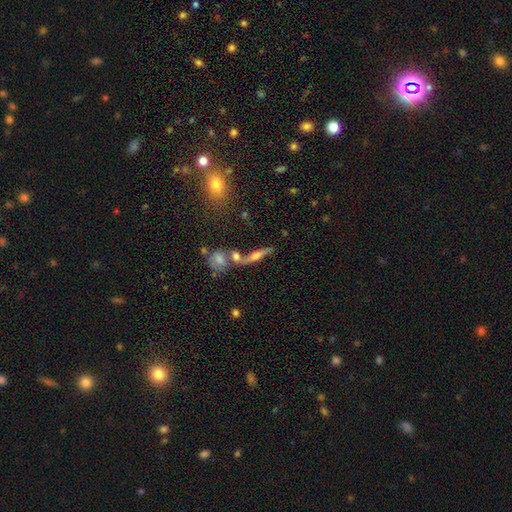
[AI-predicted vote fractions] This is possibly a featured or disk galaxy (59%). It is clearly viewed edge-on (82%). Merging: possibly none (57%).